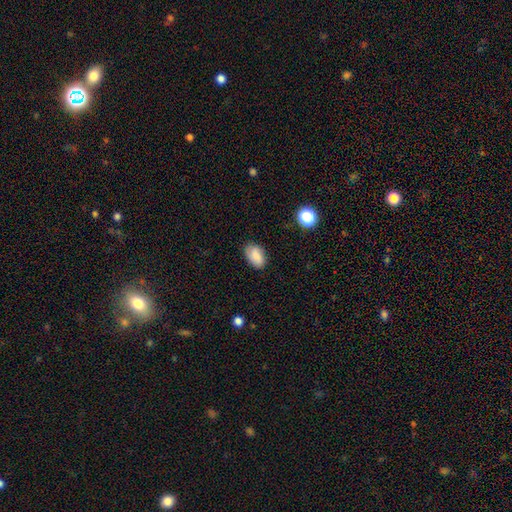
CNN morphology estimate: smooth-or-featured: smooth: 86% | star or artifact: 8% | featured or disk: 6%
  how-rounded: in between: 91% | round: 7% | cigar-shaped: 2%
  merging: none: 80% | minor disturbance: 15% | major disturbance: 3% | merger: 1%